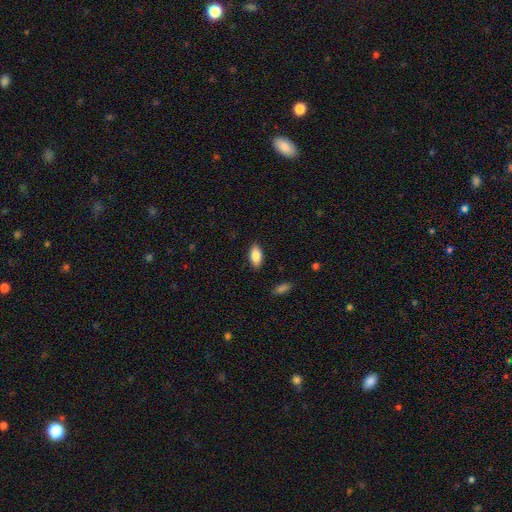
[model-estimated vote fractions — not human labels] Smooth or featured?
  - smooth: 84% *
  - featured or disk: 9%
  - star or artifact: 7%
How rounded?
  - in between: 90% *
  - cigar-shaped: 7%
  - round: 3%
Merging?
  - none: 87% *
  - minor disturbance: 9%
  - major disturbance: 2%
  - merger: 1%